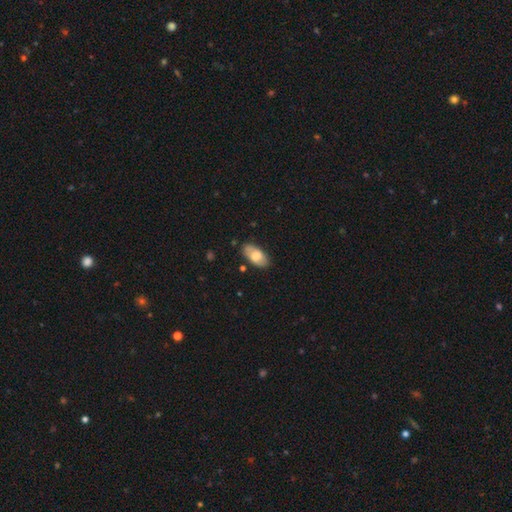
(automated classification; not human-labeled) Smooth or featured?
  - smooth: 68% *
  - featured or disk: 26%
  - star or artifact: 6%
How rounded?
  - in between: 94% *
  - cigar-shaped: 4%
  - round: 3%
Merging?
  - none: 81% *
  - minor disturbance: 15%
  - major disturbance: 3%
  - merger: 2%